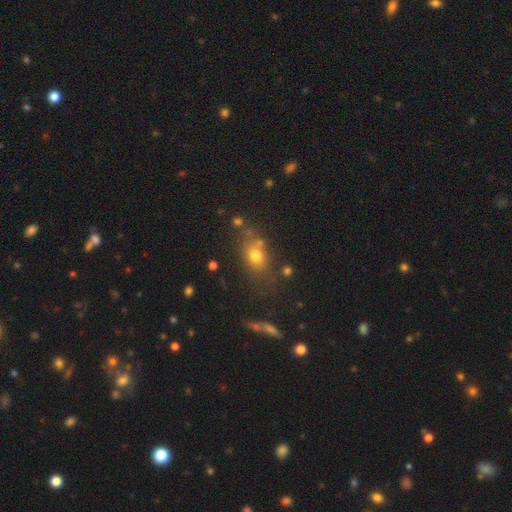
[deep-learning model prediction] Smooth or featured? Predicted: smooth (p=0.71). How rounded? Predicted: in between (p=0.60). Merging? Predicted: none (p=0.66).